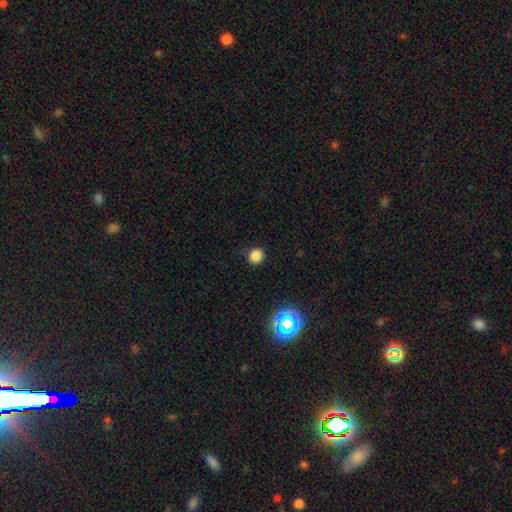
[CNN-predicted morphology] The model was most divided on "how rounded": round: 83%, in between: 16%, cigar-shaped: 1%. More confident: merging — none (84%); smooth or featured — smooth (81%).